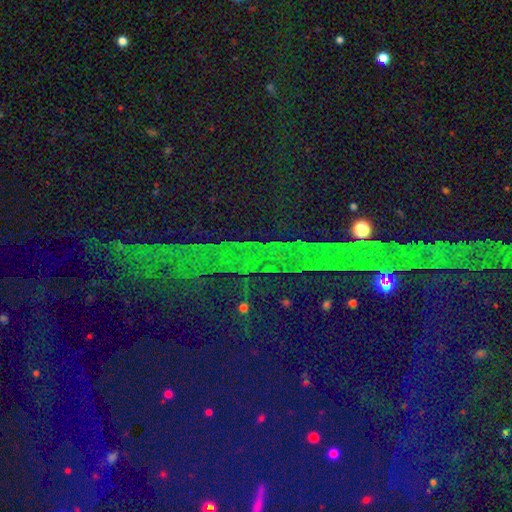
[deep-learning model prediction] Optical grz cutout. It shows a star or artifact, not a galaxy (81%).